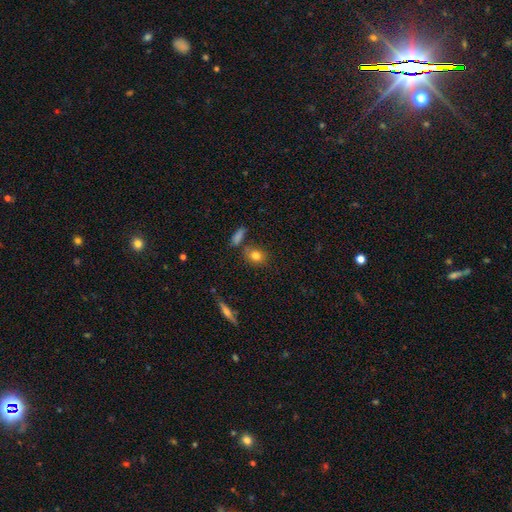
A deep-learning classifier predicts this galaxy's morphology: Smooth or featured: smooth — 81% (star or artifact — 10%)
How rounded: round — 52% (in between — 44%)
Merging: none — 73% (minor disturbance — 13%)